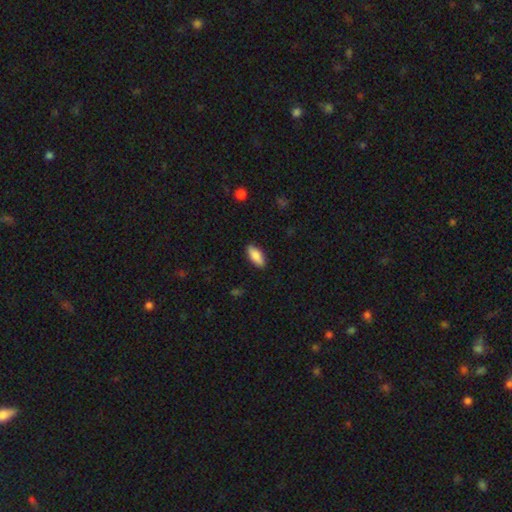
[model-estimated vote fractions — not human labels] Morphology: type=smooth (85%); roundness=in between (80%); merging=none (88%).